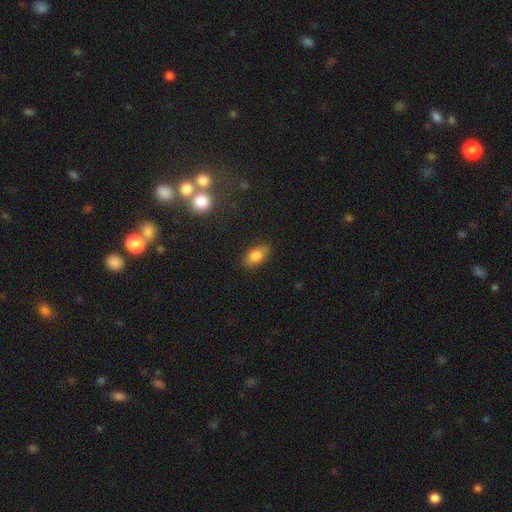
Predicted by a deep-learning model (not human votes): smooth-or-featured: smooth: 78% | featured or disk: 12% | star or artifact: 9%
  how-rounded: in between: 88% | round: 7% | cigar-shaped: 5%
  merging: none: 82% | minor disturbance: 14% | major disturbance: 3% | merger: 1%